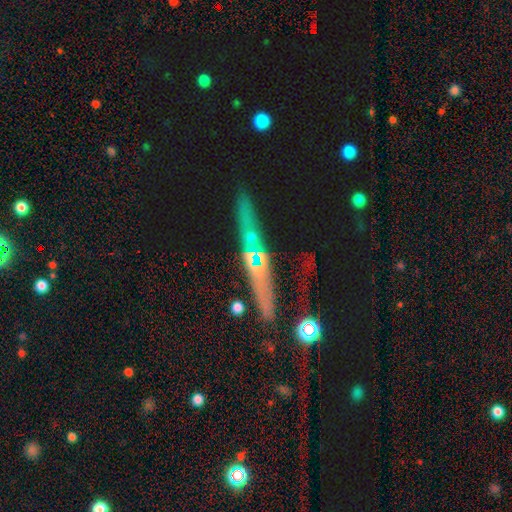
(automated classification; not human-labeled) smooth-or-featured: featured or disk: 47% | smooth: 28% | star or artifact: 24%
  merging: none: 72% | minor disturbance: 14% | major disturbance: 7% | merger: 6%